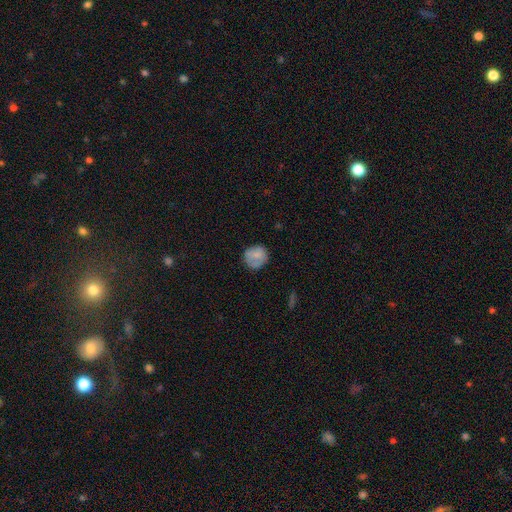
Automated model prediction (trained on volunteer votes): Overall: smooth (74%). How rounded: round (84%). Merging: none (70%).